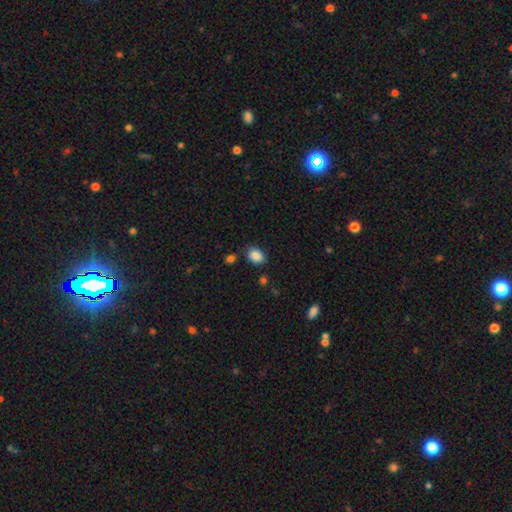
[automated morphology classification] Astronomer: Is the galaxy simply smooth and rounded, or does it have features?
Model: smooth — 88%.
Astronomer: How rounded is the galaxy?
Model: in between — 72%.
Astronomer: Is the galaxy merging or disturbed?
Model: none — 78%.